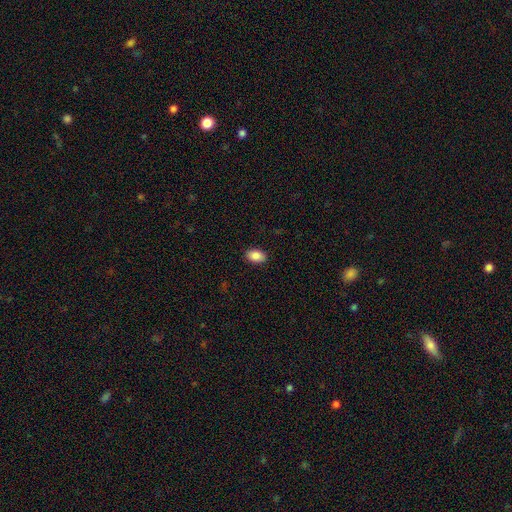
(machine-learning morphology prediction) This appears to be a smooth galaxy with no disk features (88%) that is in between round and cigar-shaped (90%). Merging: none (89%).